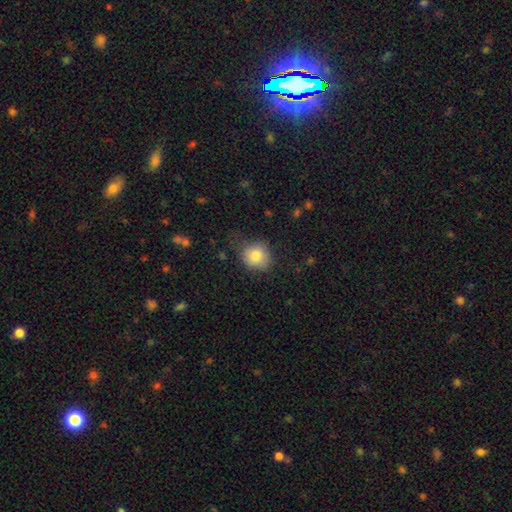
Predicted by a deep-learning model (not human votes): Morphology: type=smooth (82%); roundness=round (77%); merging=none (65%).